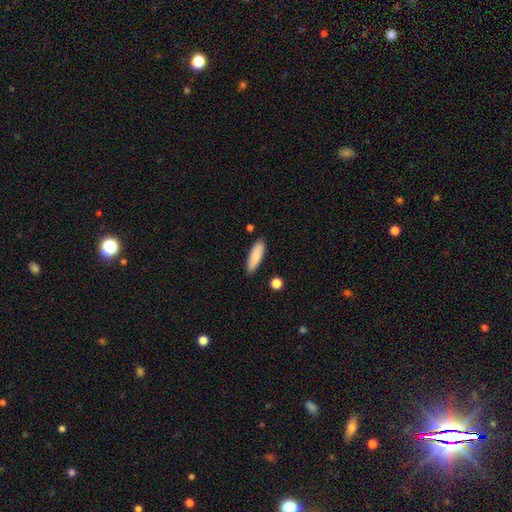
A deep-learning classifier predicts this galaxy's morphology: A smooth galaxy with no disk features (83%) that is in between round and cigar-shaped (49%, tied with cigar-shaped).

Vote fractions:
- Smooth or featured? smooth: 83% / featured or disk: 11% / star or artifact: 6%
- How rounded? in between: 49% (tied) / cigar-shaped: 49% (tied) / round: 2%
- Merging? none: 86% / minor disturbance: 10% / merger: 2% / major disturbance: 2%